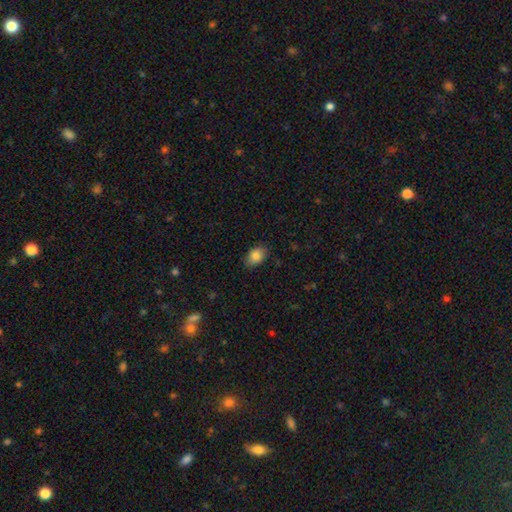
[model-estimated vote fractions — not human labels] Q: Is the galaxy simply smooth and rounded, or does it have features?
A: smooth — 86%.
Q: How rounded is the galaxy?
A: in between — 81%.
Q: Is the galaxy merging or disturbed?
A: none — 83%.